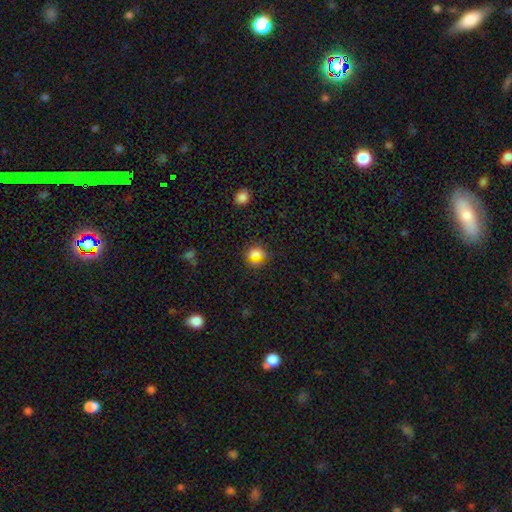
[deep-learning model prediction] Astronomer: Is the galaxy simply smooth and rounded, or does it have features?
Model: smooth — 69%.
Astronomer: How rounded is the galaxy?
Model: round — 78%.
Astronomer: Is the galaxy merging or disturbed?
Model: none — 82%.